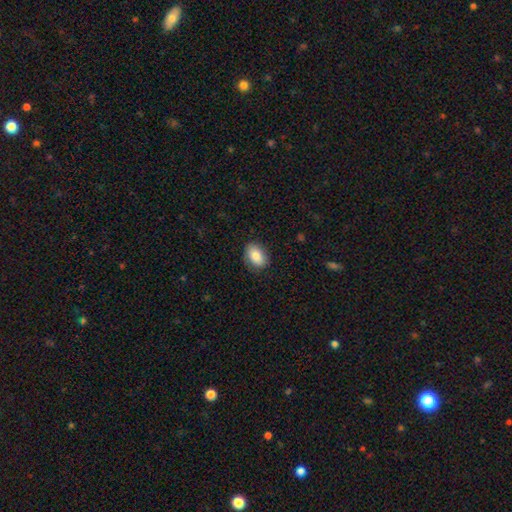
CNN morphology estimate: smooth_or_featured: smooth (p=0.85) [alt: featured or disk p=0.08]
how_rounded: in between (p=0.82) [alt: round p=0.16]
merging: none (p=0.82) [alt: minor disturbance p=0.14]